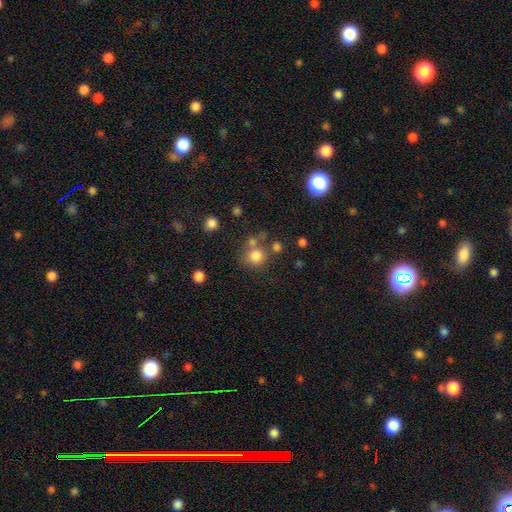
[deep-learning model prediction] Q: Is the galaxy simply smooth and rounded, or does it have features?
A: smooth — 80%.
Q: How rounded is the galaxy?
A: round — 86%.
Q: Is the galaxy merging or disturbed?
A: none — 60%.